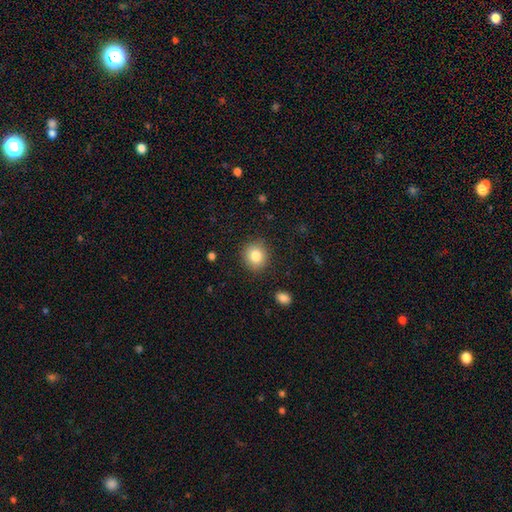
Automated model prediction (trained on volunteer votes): This is clearly a smooth galaxy (83%). How rounded: clearly round (87%). Merging: clearly none (89%).